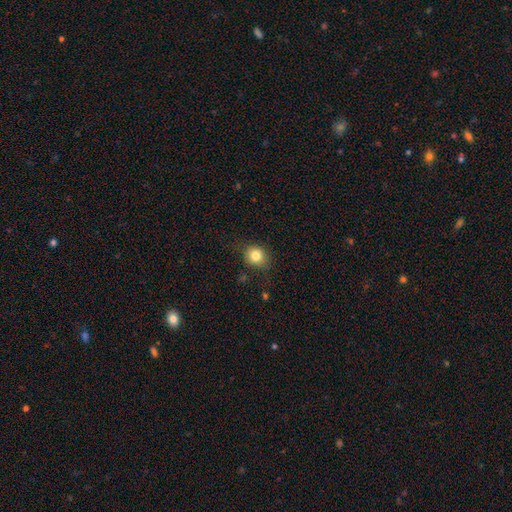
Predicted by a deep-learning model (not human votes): A smooth galaxy with no disk features (81%) that is round (76%). Merging: none (79%).